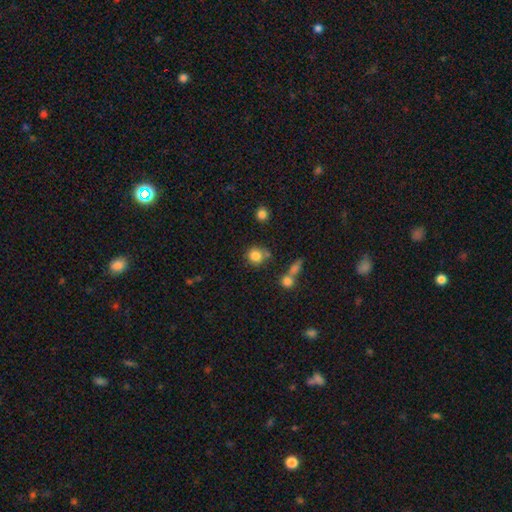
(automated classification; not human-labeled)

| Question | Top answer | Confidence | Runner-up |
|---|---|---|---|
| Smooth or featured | smooth | 82% | star or artifact (11%) |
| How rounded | round | 84% | in between (15%) |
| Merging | none | 62% | minor disturbance (17%) |